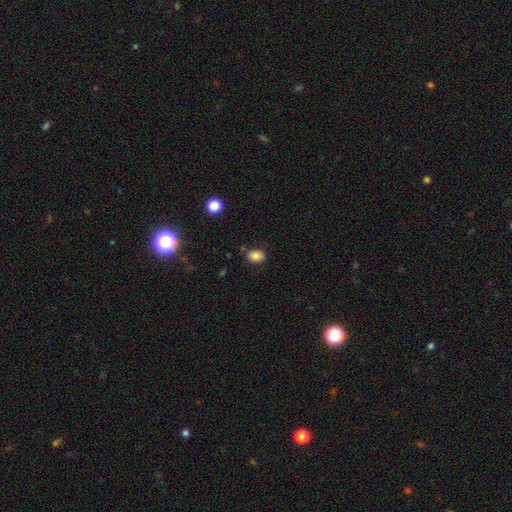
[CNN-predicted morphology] The model was most divided on "how rounded": in between: 65%, round: 34%, cigar-shaped: 1%. More confident: smooth or featured — smooth (84%); merging — none (81%).